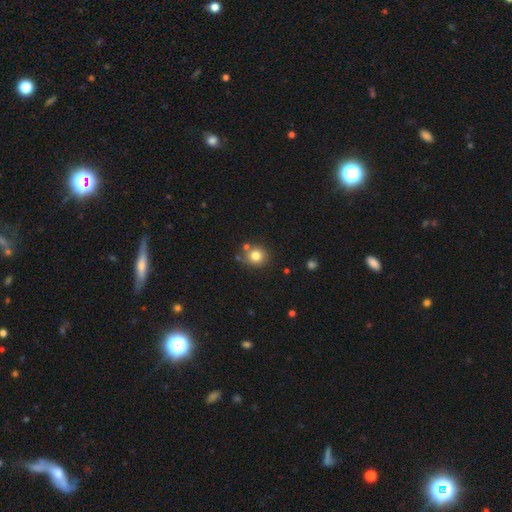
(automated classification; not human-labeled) This is likely a smooth galaxy (79%). How rounded: clearly round (87%). Merging: likely none (75%).